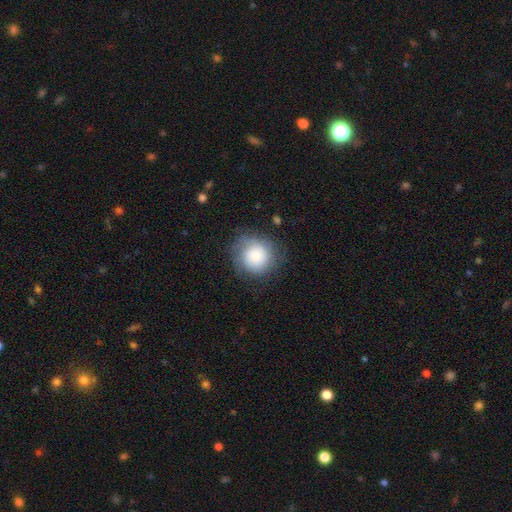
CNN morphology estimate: Smooth or featured? smooth (71%)
How rounded? round (90%)
Merging? none (72%)